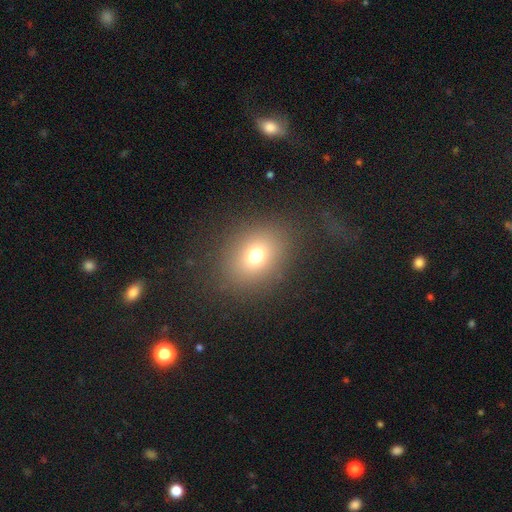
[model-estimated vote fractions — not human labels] smooth-or-featured: smooth: 71% | star or artifact: 19% | featured or disk: 11%
  how-rounded: round: 56% | in between: 43% | cigar-shaped: 1%
  merging: none: 85% | minor disturbance: 8% | major disturbance: 6% | merger: 1%